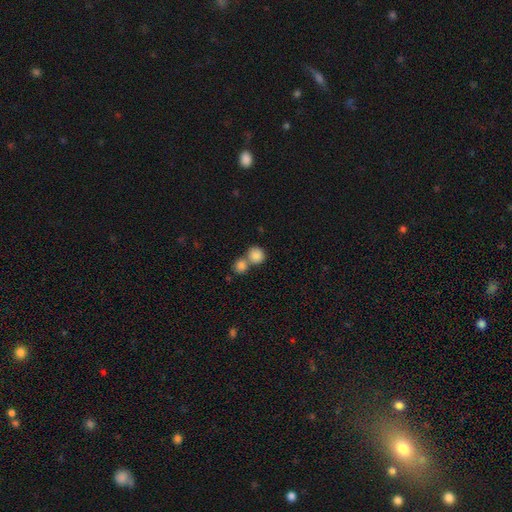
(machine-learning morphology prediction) A smooth galaxy with no disk features (85%) that is round (83%).

Vote fractions:
- Smooth or featured? smooth: 85% / star or artifact: 8% / featured or disk: 7%
- How rounded? round: 83% / in between: 16% / cigar-shaped: 1%
- Merging? merger: 52% / none: 38% / minor disturbance: 7% / major disturbance: 3%